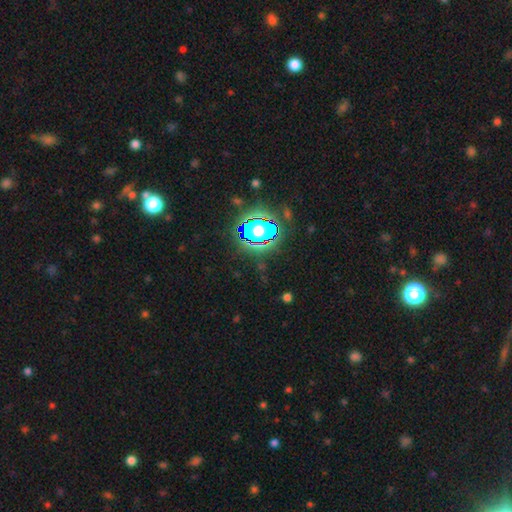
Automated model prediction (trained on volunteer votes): The model was most divided on "smooth or featured": star or artifact: 75%, smooth: 15%, featured or disk: 10%.